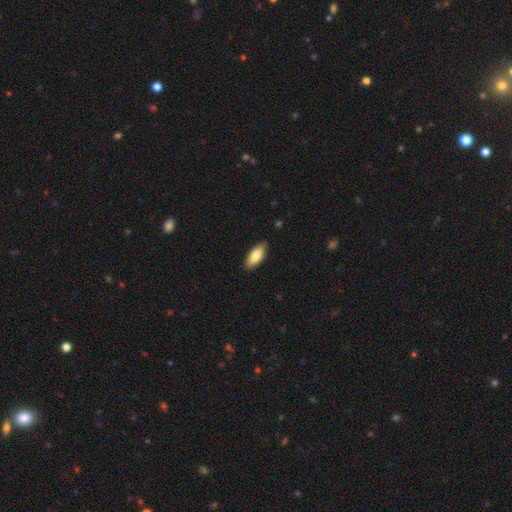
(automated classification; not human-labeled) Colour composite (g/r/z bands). It shows a smooth galaxy with no disk features (81%) that is in between round and cigar-shaped (80%). Merging: none (87%).